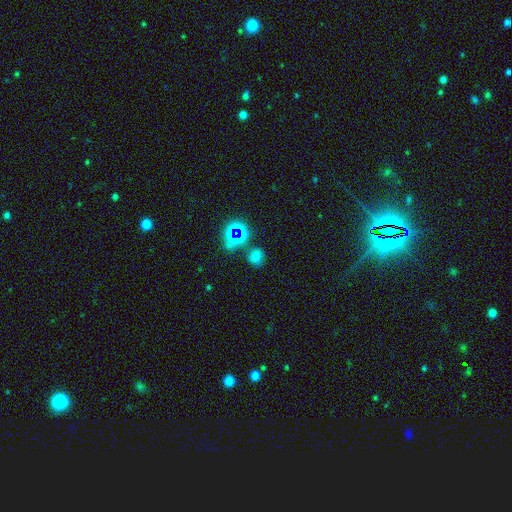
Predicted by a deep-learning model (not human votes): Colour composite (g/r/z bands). It shows a smooth galaxy with no disk features (60%) that is round (65%). Merging: none (70%).